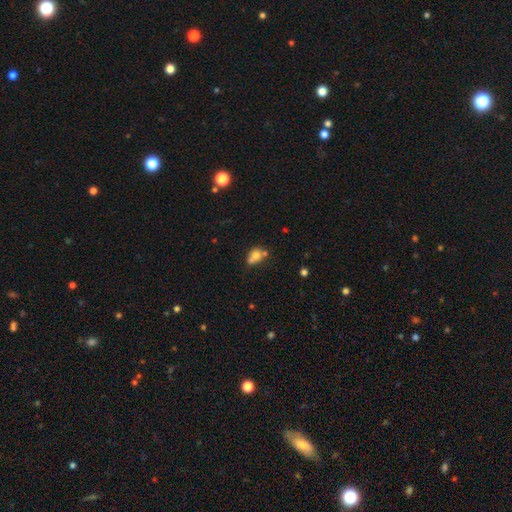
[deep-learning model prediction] Smooth or featured: smooth — 69% (featured or disk — 19%)
How rounded: round — 50% (in between — 48%)
Merging: merger — 45% (none — 35%)